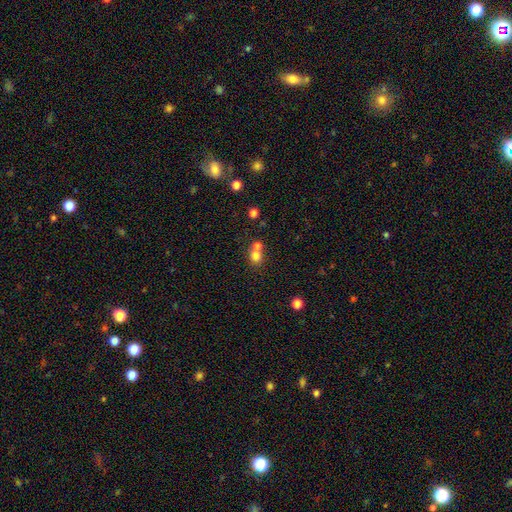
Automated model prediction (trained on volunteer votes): The model was most divided on "merging": merger: 49%, none: 43%, minor disturbance: 6%, major disturbance: 2%. More confident: how rounded — round (81%); smooth or featured — smooth (75%).